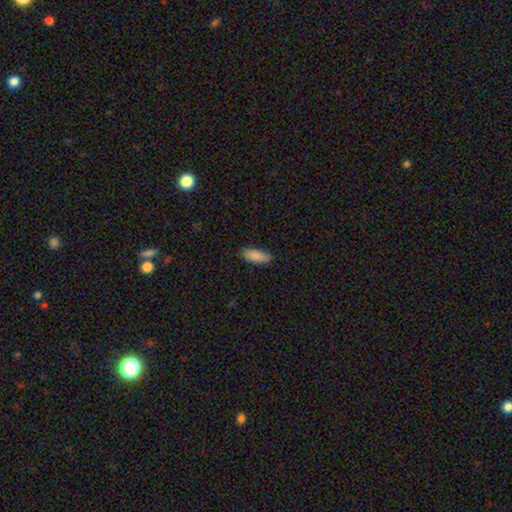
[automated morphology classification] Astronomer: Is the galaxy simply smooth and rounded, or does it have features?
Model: smooth — 90%.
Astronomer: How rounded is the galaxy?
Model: in between — 74%.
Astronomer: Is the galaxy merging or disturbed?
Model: none — 87%.